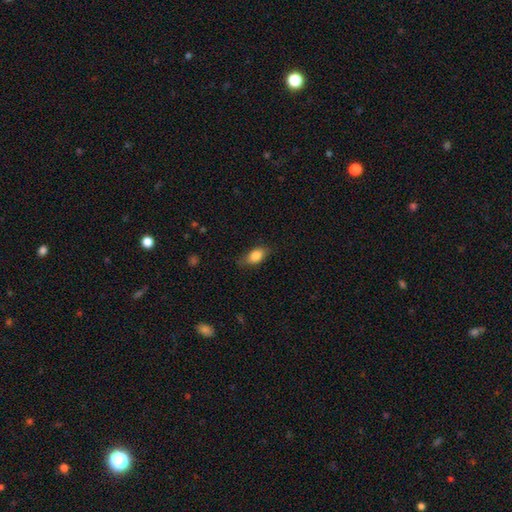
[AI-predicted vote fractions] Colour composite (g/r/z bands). It shows a smooth galaxy with no disk features (83%) that is in between round and cigar-shaped (86%). Merging: none (76%).